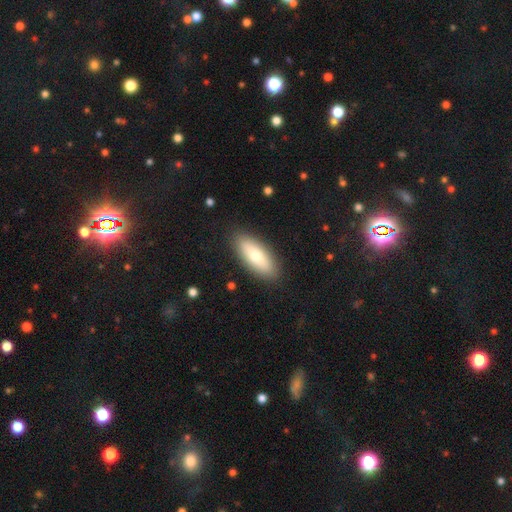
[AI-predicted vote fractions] Morphology: type=smooth (71%); roundness=in between (73%); merging=none (88%).